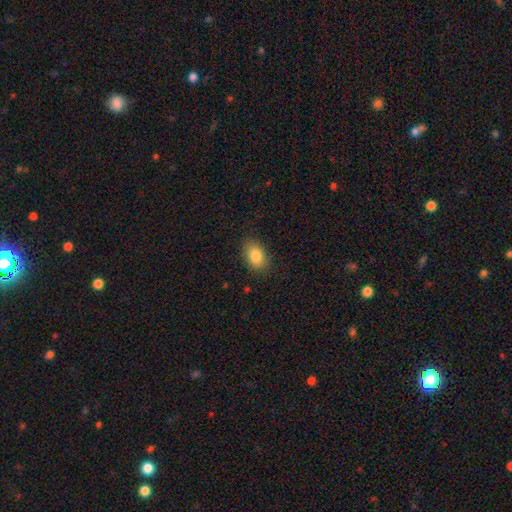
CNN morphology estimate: This is clearly a smooth galaxy (85%). How rounded: clearly in between (85%). Merging: clearly none (83%).